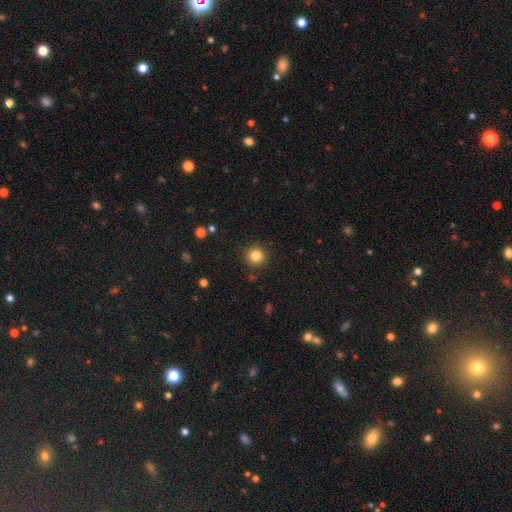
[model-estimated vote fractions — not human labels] This appears to be a smooth galaxy with no disk features (82%) that is round (95%). Merging: none (91%).